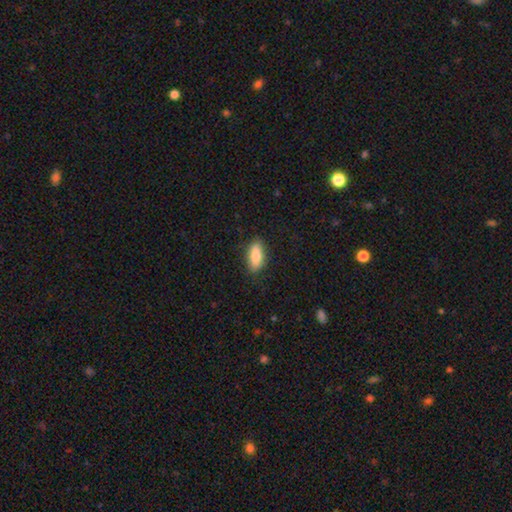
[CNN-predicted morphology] type=smooth (78%); roundness=in between (77%); merging=none (85%).